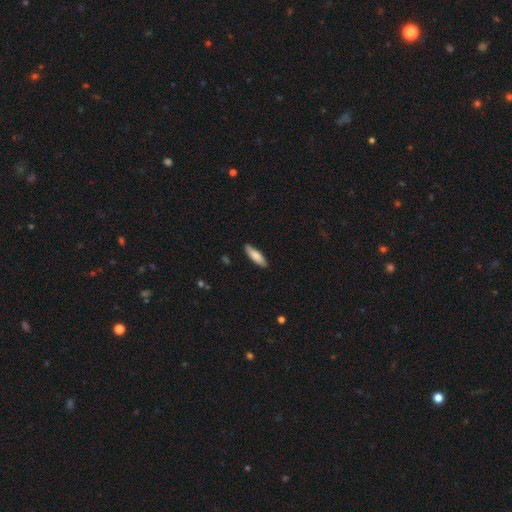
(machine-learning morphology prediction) smooth-or-featured: smooth: 79% | featured or disk: 15% | star or artifact: 6%
  how-rounded: cigar-shaped: 55% | in between: 43% | round: 2%
  merging: none: 86% | minor disturbance: 11% | major disturbance: 2% | merger: 1%